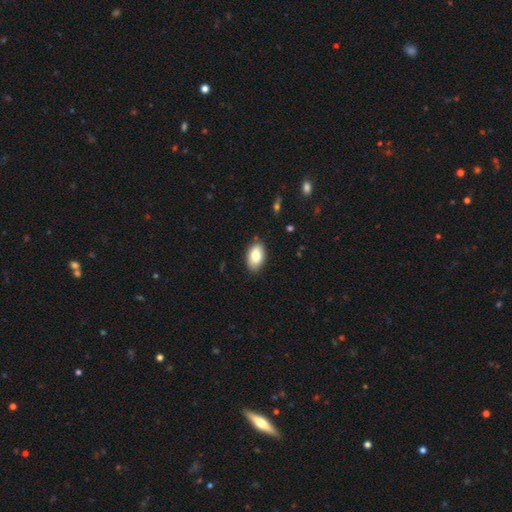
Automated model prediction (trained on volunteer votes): This appears to be a smooth galaxy with no disk features (82%) that is in between round and cigar-shaped (93%). Merging: none (85%).